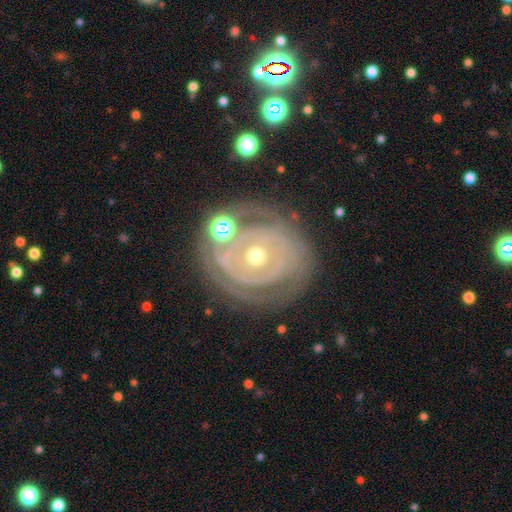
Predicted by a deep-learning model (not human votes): Q: Smooth or featured?
A: featured or disk (83%); runner-up: smooth (10%)
Q: Edge-on disk?
A: no (97%); runner-up: yes (3%)
Q: Bar?
A: no (79%); runner-up: weak (14%)
Q: Spiral arms?
A: yes (81%); runner-up: no (19%)
Q: Spiral winding?
A: tight (82%); runner-up: medium (14%)
Q: Spiral arm count?
A: can't tell (40%); runner-up: 2 (24%)
Q: Bulge size?
A: moderate (49%); runner-up: small (46%)
Q: Merging?
A: none (69%); runner-up: minor disturbance (17%)